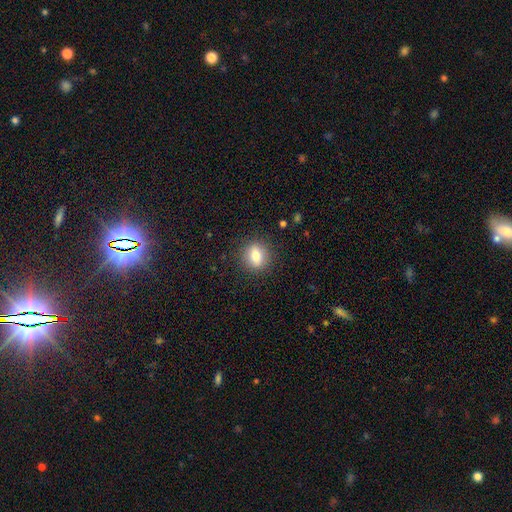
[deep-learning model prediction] This appears to be a smooth galaxy with no disk features (79%) that is round (57%). Merging: none (88%).